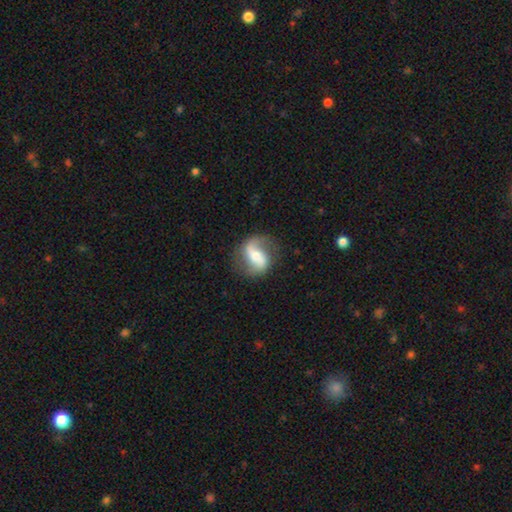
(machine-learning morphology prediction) featured or disk 78%, smooth 16%, star or artifact 6%. Down the decision tree: edge-on disk — no (96%); bar — weak (37%); spiral arms — yes (92%); spiral arm count — 2 (86%); spiral winding — loose (62%); bulge size — moderate (54%); merging — none (73%).